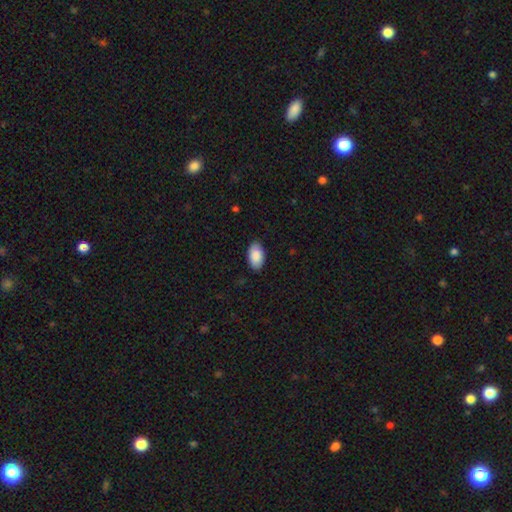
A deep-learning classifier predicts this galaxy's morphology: This is clearly a smooth galaxy (90%). How rounded: clearly in between (95%). Merging: clearly none (87%).